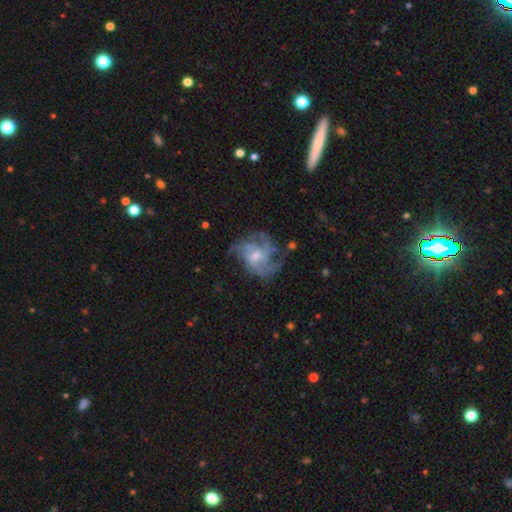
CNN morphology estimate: Smooth or featured?
  - featured or disk: 82% *
  - smooth: 9%
  - star or artifact: 8%
Edge-on disk?
  - no: 98% *
  - yes: 2%
Bar?
  - no: 56% *
  - weak: 37%
  - strong: 7%
Spiral arms?
  - yes: 92% *
  - no: 8%
Spiral winding?
  - medium: 46% *
  - tight: 35%
  - loose: 19%
Spiral arm count?
  - 3: 28% *
  - can't tell: 24%
  - 4: 23%
  - 2: 11%
  - more than 4: 7%
  - 1: 6%
Bulge size?
  - moderate: 48% *
  - small: 43%
  - none: 5%
  - large: 3%
  - dominant: 1%
Merging?
  - none: 59% *
  - minor disturbance: 20%
  - major disturbance: 18%
  - merger: 2%